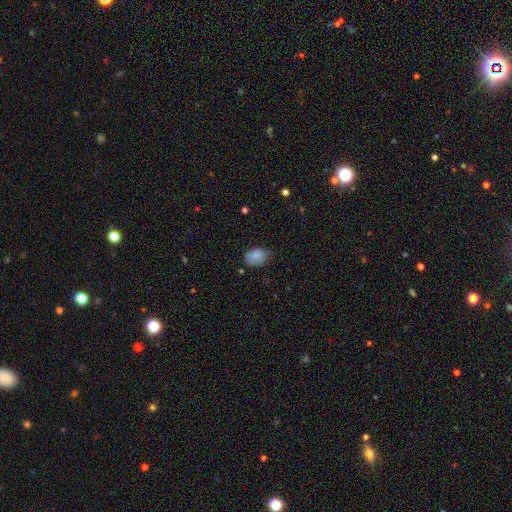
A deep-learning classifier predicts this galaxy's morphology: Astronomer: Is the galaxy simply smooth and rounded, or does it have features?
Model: smooth — 84%.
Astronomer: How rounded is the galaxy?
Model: in between — 82%.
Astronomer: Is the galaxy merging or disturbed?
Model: none — 71%.